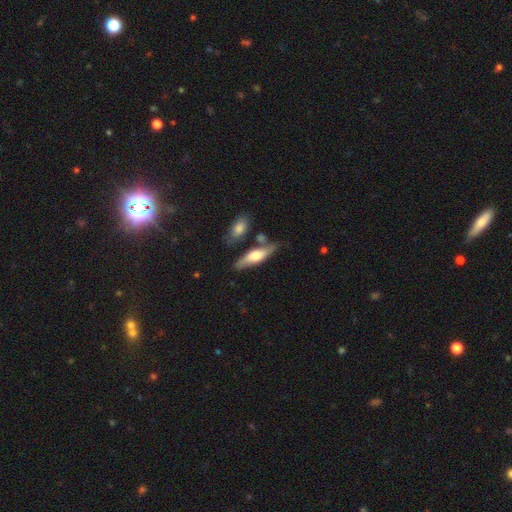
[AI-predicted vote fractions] Morphology: type=smooth (51%); roundness=cigar-shaped (56%); merging=none (69%).